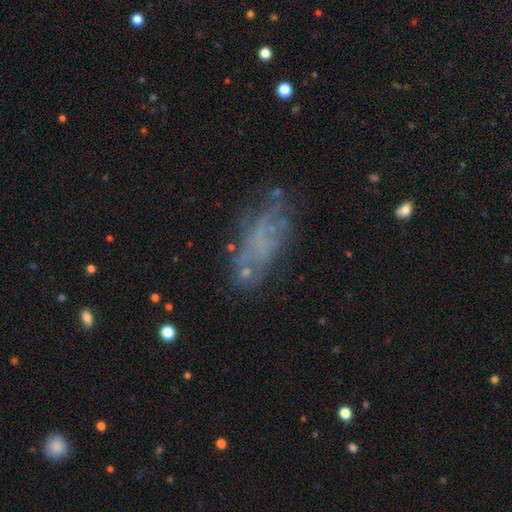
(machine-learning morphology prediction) Smooth or featured? featured or disk (47%)
Merging? none (54%)